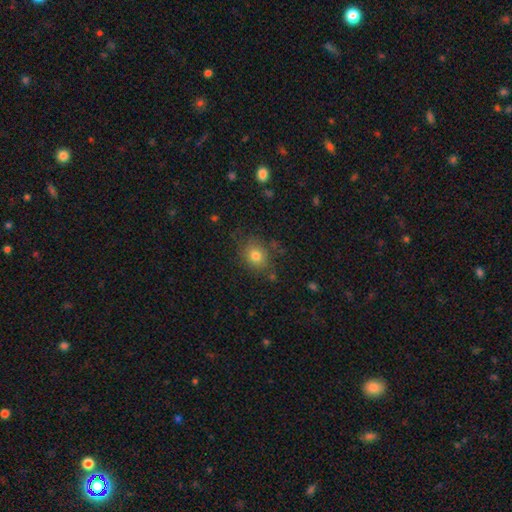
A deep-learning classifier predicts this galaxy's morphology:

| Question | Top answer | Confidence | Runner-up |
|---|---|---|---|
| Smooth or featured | smooth | 79% | star or artifact (12%) |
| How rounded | round | 69% | in between (30%) |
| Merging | none | 77% | minor disturbance (15%) |